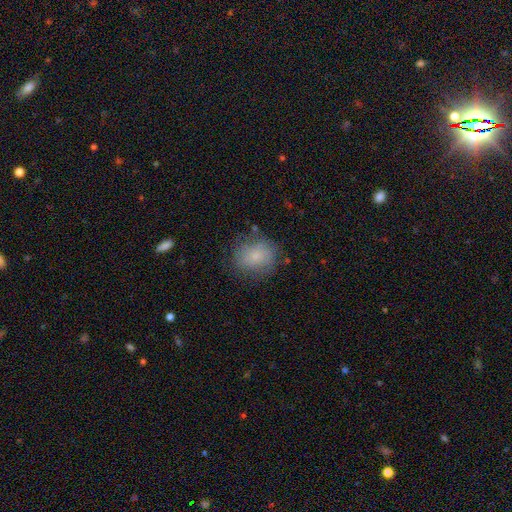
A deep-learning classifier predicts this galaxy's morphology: The model was most divided on "how rounded": round: 65%, in between: 34%, cigar-shaped: 1%. More confident: smooth or featured — smooth (77%); merging — none (71%).